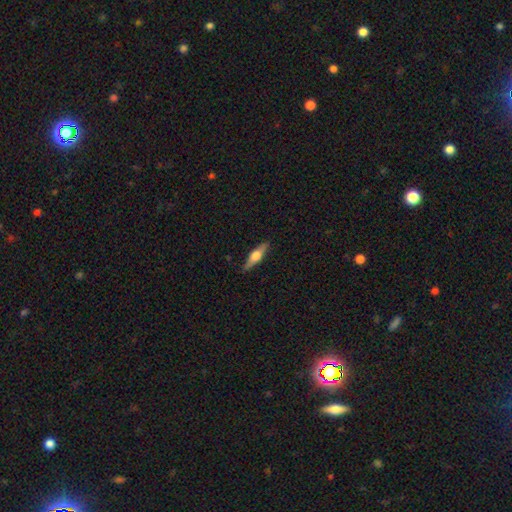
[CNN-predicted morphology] Smooth or featured: featured or disk — 55% (smooth — 39%)
Edge-on disk: yes — 95% (no — 5%)
Edge-on bulge: rounded — 90% (boxy — 7%)
Merging: none — 88% (minor disturbance — 9%)